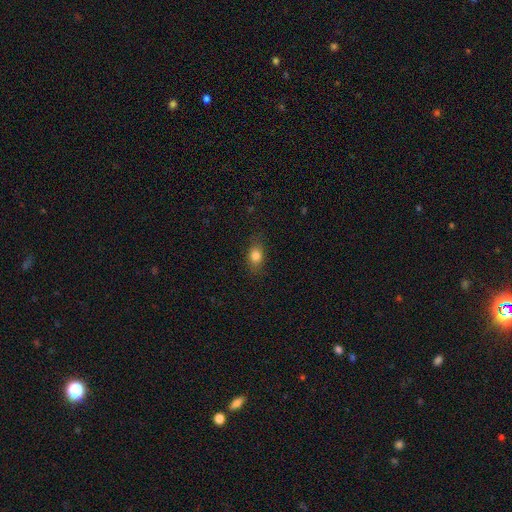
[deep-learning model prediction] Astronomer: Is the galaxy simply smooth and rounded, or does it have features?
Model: smooth — 81%.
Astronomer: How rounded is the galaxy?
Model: in between — 68%.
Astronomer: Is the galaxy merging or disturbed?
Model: none — 82%.